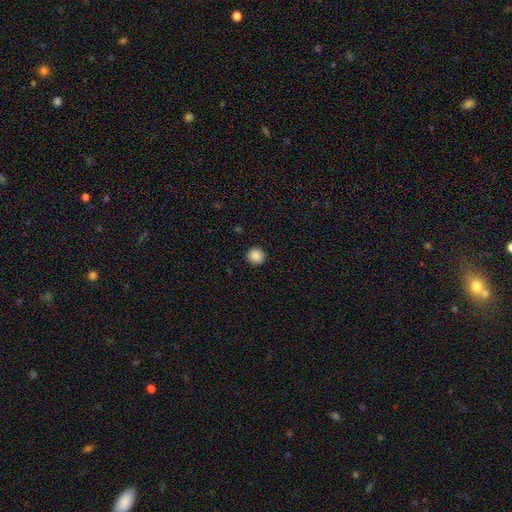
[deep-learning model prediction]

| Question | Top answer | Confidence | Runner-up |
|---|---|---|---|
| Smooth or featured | smooth | 88% | star or artifact (9%) |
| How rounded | round | 93% | in between (6%) |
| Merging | none | 92% | minor disturbance (5%) |